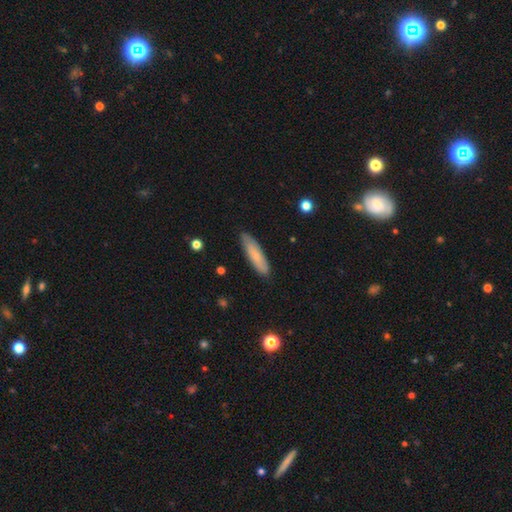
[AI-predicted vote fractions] Smooth or featured? Predicted: smooth (p=0.74). How rounded? Predicted: cigar-shaped (p=0.70). Merging? Predicted: none (p=0.87).